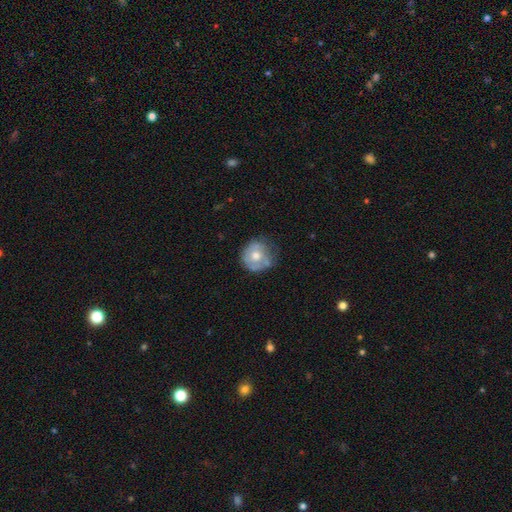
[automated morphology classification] This is possibly a smooth galaxy (47%). Merging: possibly none (55%).